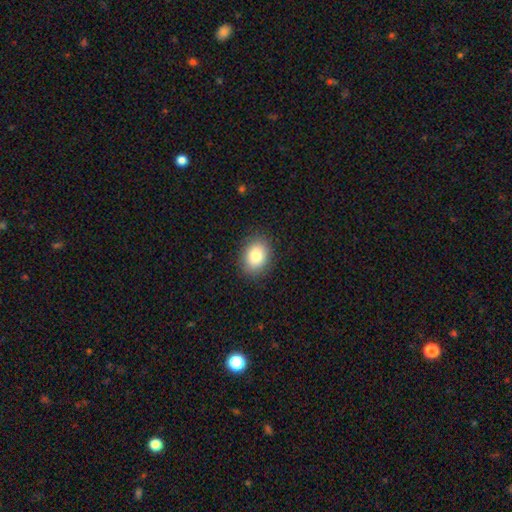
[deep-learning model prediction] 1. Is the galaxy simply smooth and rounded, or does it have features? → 82% smooth, 9% featured or disk, 9% star or artifact.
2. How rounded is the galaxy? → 59% in between, 40% round, 1% cigar-shaped.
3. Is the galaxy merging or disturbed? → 87% none, 9% minor disturbance, 3% major disturbance, 1% merger.